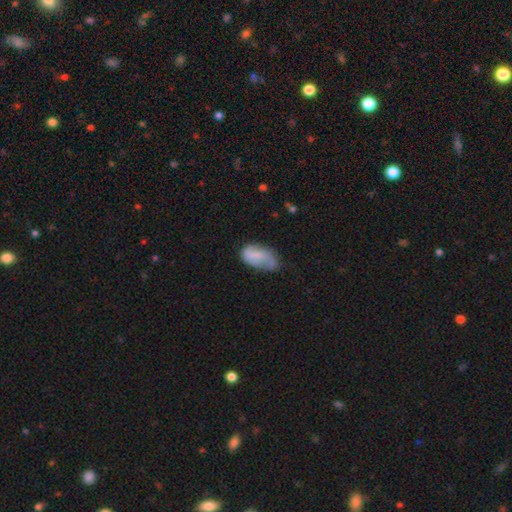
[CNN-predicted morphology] Q: Smooth or featured?
A: smooth (60%); runner-up: featured or disk (33%)
Q: How rounded?
A: in between (92%); runner-up: round (5%)
Q: Merging?
A: minor disturbance (39%); runner-up: none (38%)